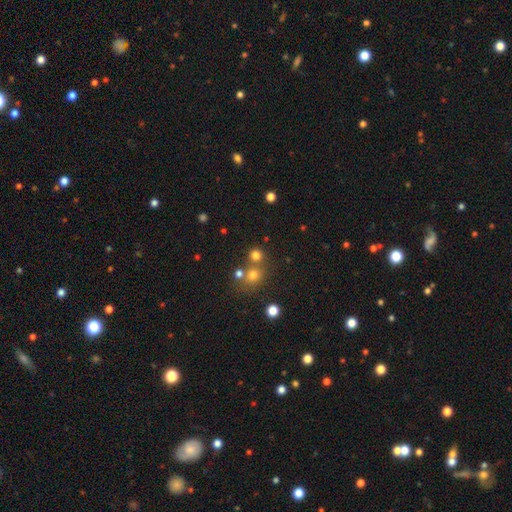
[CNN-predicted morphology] A smooth galaxy with no disk features (73%) that is round (89%).

Vote fractions:
- Smooth or featured? smooth: 73% / star or artifact: 19% / featured or disk: 8%
- How rounded? round: 89% / in between: 10% / cigar-shaped: 1%
- Merging? none: 66% / merger: 23% / minor disturbance: 8% / major disturbance: 4%